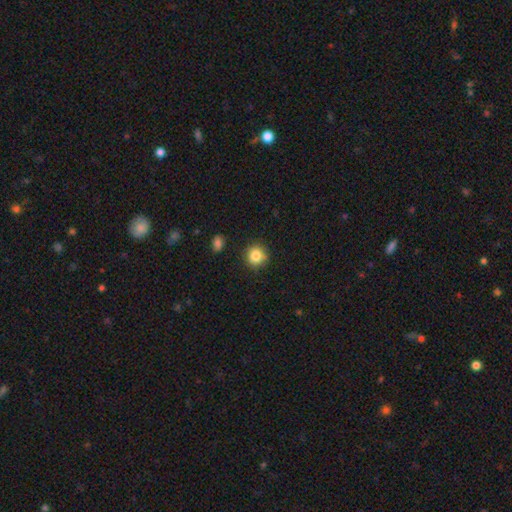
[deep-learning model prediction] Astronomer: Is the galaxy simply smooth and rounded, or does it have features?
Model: smooth — 84%.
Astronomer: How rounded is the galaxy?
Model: round — 91%.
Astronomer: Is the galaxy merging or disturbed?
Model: none — 86%.